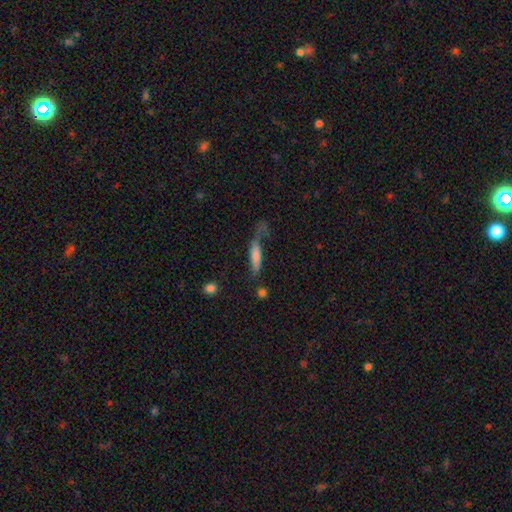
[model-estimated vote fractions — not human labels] Overall: smooth (65%; featured or disk 28%). How rounded: cigar-shaped (71%). Merging: none (34%; major disturbance 33%).